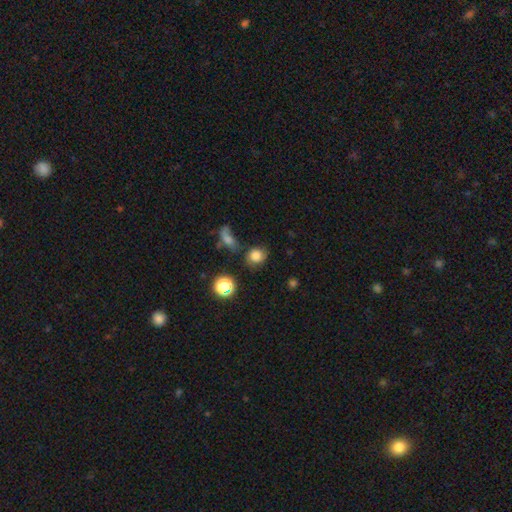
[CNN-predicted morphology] smooth 75%, star or artifact 15%, featured or disk 10%. Down the decision tree: how rounded — round (70%); merging — none (60%).